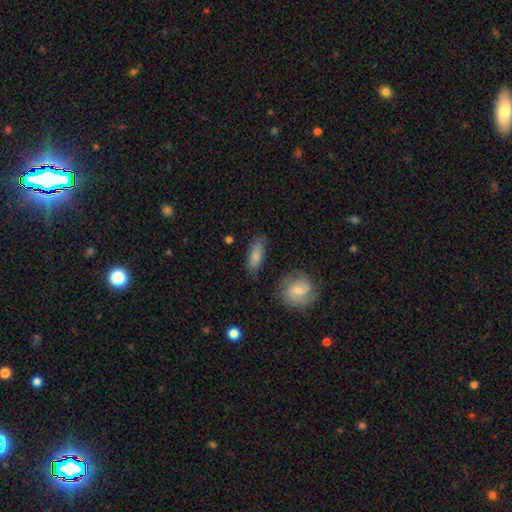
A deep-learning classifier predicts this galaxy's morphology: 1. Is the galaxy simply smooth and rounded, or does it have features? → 80% smooth, 14% featured or disk, 6% star or artifact.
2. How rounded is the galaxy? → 76% in between, 20% cigar-shaped, 3% round.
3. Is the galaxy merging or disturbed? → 75% none, 16% minor disturbance, 4% merger, 4% major disturbance.